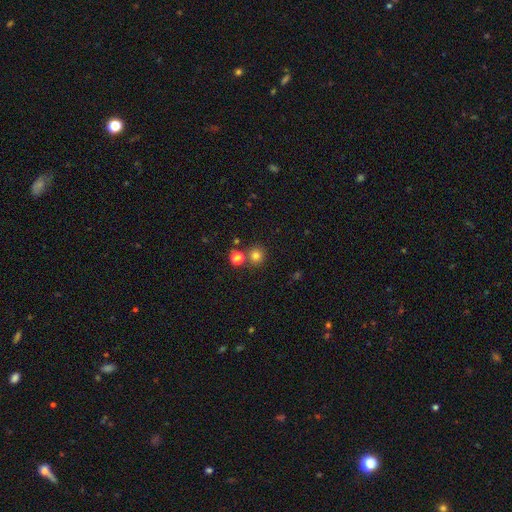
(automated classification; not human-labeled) Overall: smooth (78%). How rounded: round (92%). Merging: none (76%).